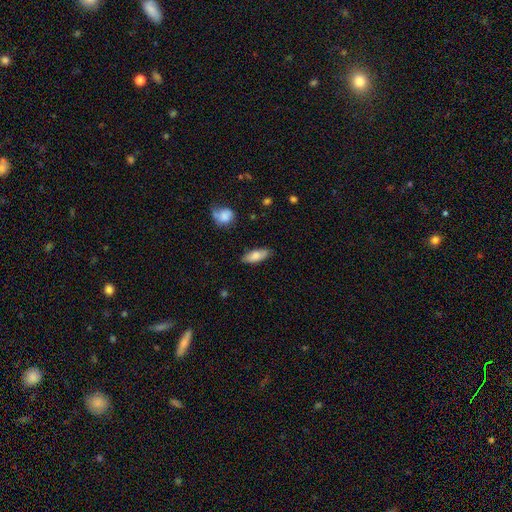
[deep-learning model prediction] Morphology: type=smooth (80%); roundness=in between (74%); merging=none (82%).